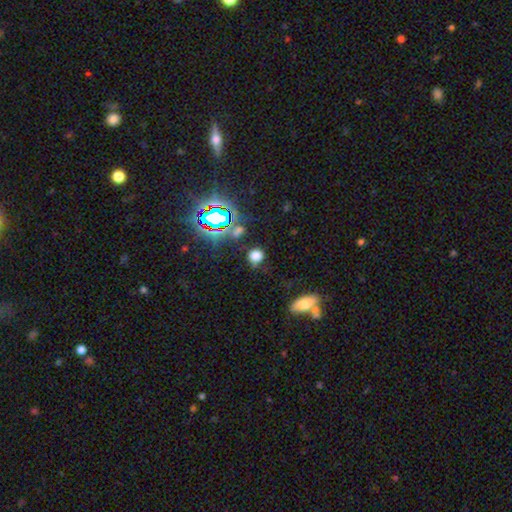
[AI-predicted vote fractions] Q: Smooth or featured?
A: smooth (68%); runner-up: star or artifact (24%)
Q: How rounded?
A: round (79%); runner-up: in between (19%)
Q: Merging?
A: none (71%); runner-up: minor disturbance (18%)